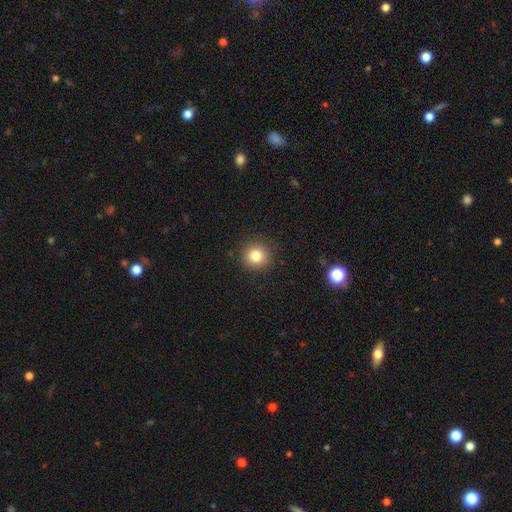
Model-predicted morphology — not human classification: The model was most divided on "smooth or featured": smooth: 81%, star or artifact: 12%, featured or disk: 7%. More confident: how rounded — round (93%); merging — none (90%).